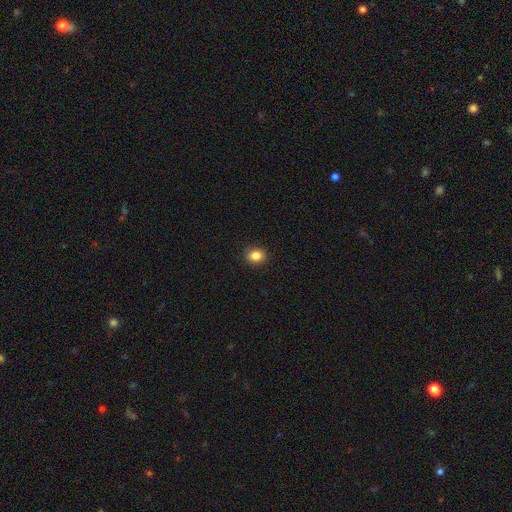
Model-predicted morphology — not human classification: Smooth or featured? Predicted: smooth (p=0.85). How rounded? Predicted: round (p=0.65). Merging? Predicted: none (p=0.90).